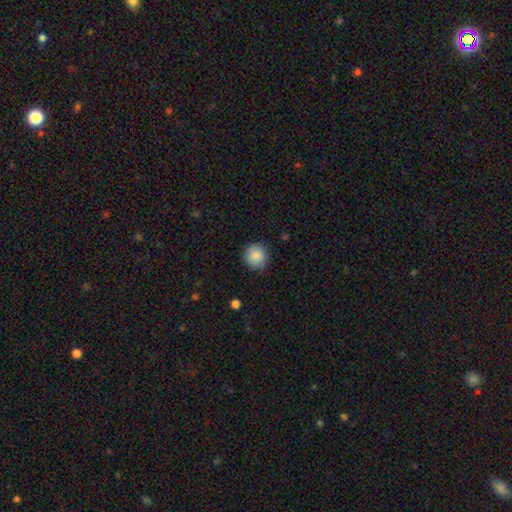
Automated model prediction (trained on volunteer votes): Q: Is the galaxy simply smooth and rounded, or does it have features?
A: smooth — 88%.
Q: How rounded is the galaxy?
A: round — 93%.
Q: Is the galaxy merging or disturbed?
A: none — 88%.